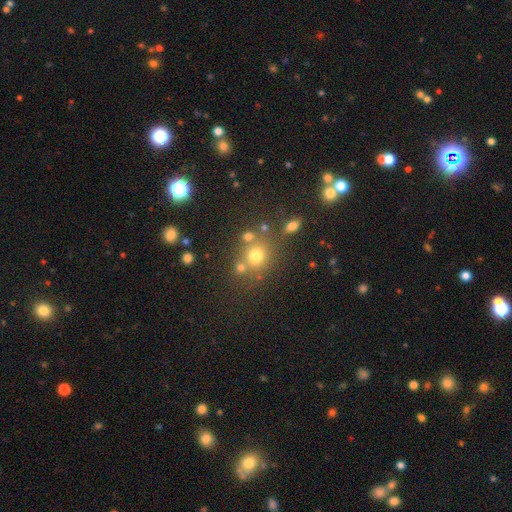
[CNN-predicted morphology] Smooth or featured? smooth (71%)
How rounded? round (79%)
Merging? none (65%)